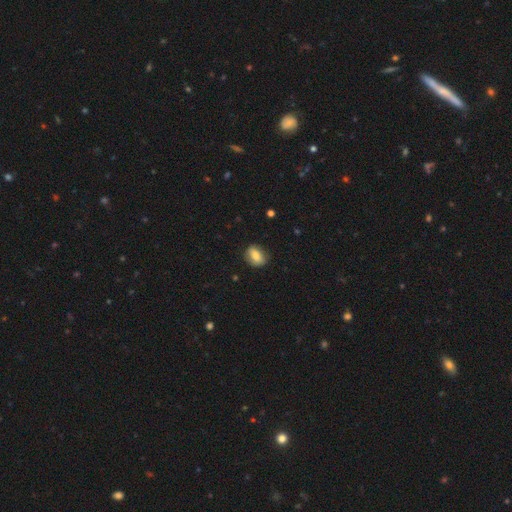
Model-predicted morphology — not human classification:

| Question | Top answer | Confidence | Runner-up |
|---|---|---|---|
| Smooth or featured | smooth | 78% | featured or disk (14%) |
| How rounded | in between | 71% | round (26%) |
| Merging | none | 80% | minor disturbance (16%) |